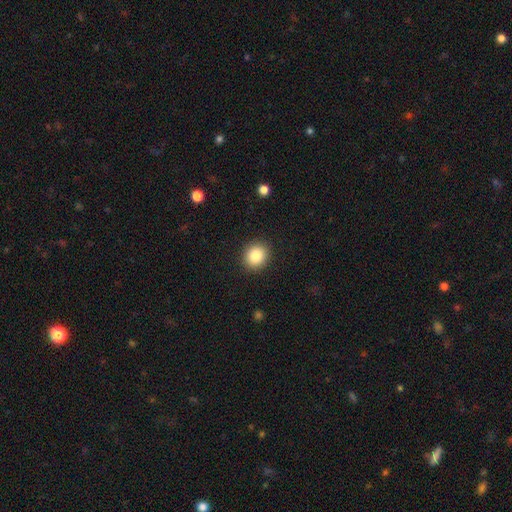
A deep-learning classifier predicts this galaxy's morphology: The model was most divided on "how rounded": round: 81%, in between: 18%, cigar-shaped: 1%. More confident: merging — none (90%); smooth or featured — smooth (84%).